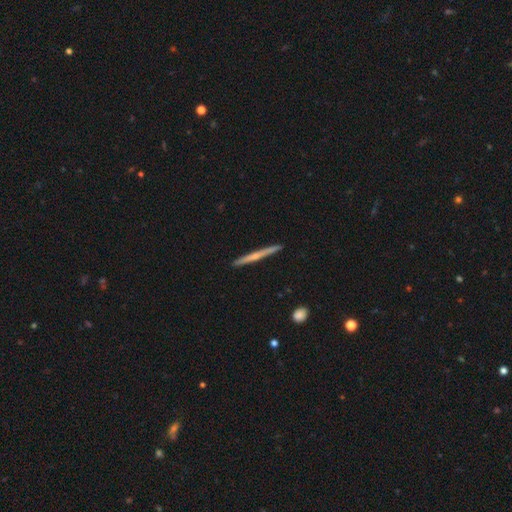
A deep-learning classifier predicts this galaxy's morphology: smooth_or_featured: featured or disk (p=0.60) [alt: smooth p=0.34]
disk_edge_on: yes (p=0.98) [alt: no p=0.02]
edge_on_bulge: rounded (p=0.54) [alt: none p=0.41]
merging: none (p=0.92) [alt: minor disturbance p=0.06]